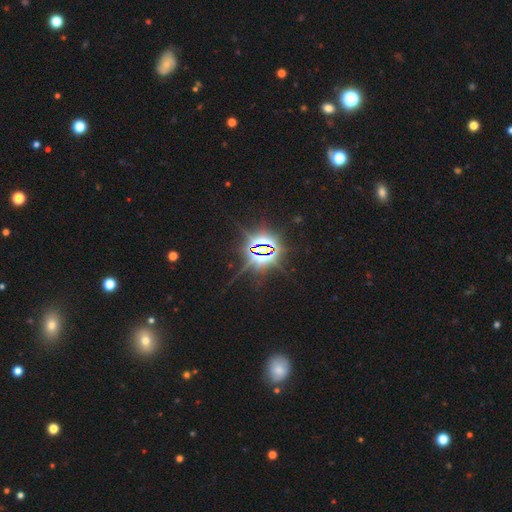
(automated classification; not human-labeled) A star or artifact, not a galaxy (81%).